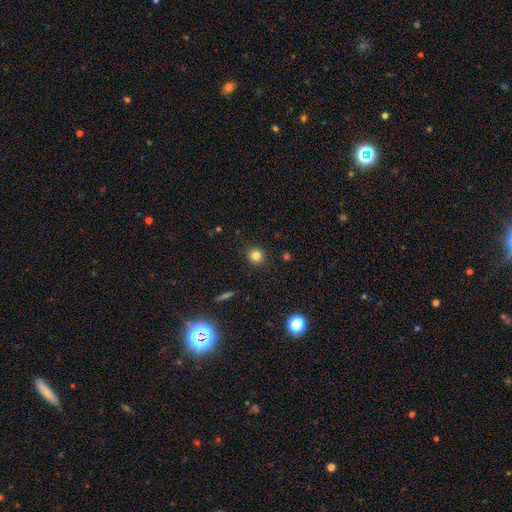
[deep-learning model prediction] Smooth or featured: smooth — 81% (star or artifact — 12%)
How rounded: round — 77% (in between — 22%)
Merging: none — 89% (minor disturbance — 7%)